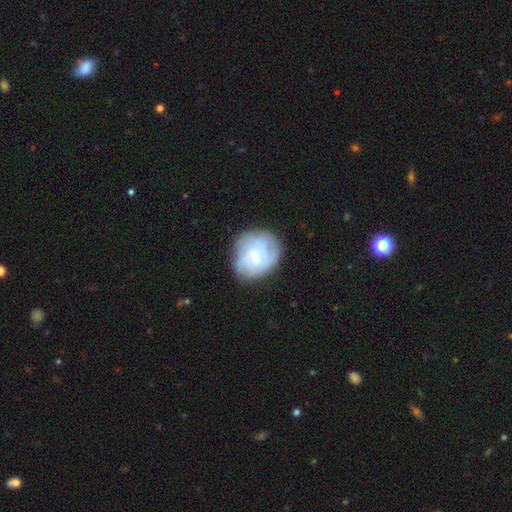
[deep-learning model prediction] Q: Smooth or featured?
A: featured or disk (51%); runner-up: smooth (42%)
Q: Edge-on disk?
A: no (97%); runner-up: yes (3%)
Q: Merging?
A: none (74%); runner-up: minor disturbance (18%)